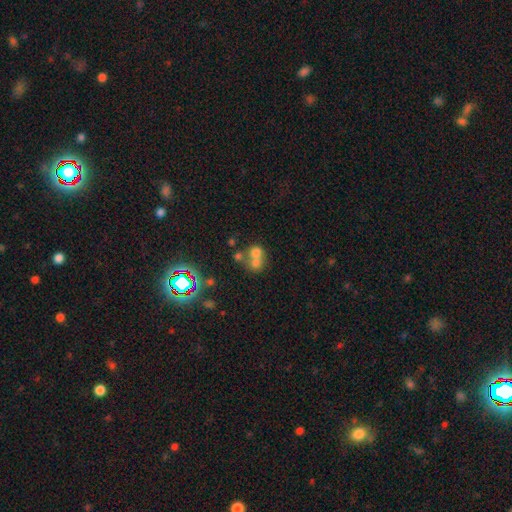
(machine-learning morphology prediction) Q: Smooth or featured?
A: smooth (62%); runner-up: featured or disk (20%)
Q: How rounded?
A: round (72%); runner-up: in between (27%)
Q: Merging?
A: merger (60%); runner-up: none (29%)